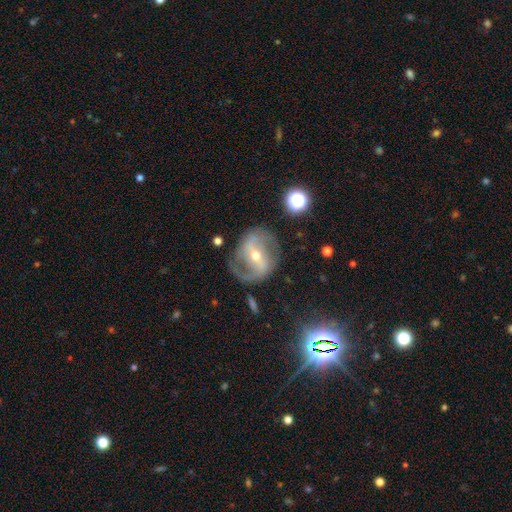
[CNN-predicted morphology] Smooth or featured: featured or disk — 84% (smooth — 10%)
Edge-on disk: no — 96% (yes — 4%)
Bar: strong — 55% (weak — 30%)
Spiral arms: yes — 89% (no — 11%)
Spiral winding: medium — 46% (loose — 33%)
Spiral arm count: 2 — 87% (can't tell — 6%)
Bulge size: moderate — 48% (tied with small — 48%)
Merging: none — 76% (minor disturbance — 14%)